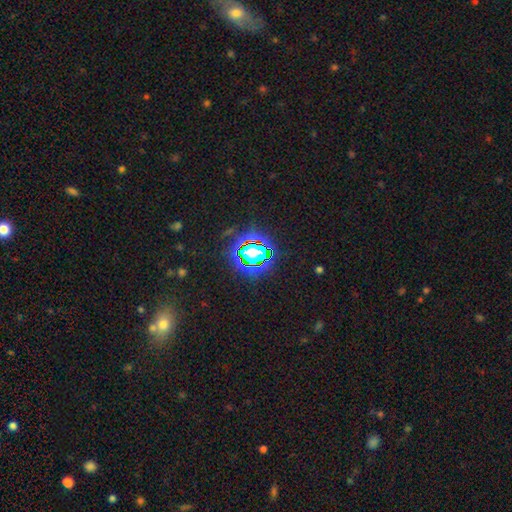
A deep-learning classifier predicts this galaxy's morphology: Smooth or featured: star or artifact — 79% (smooth — 13%)